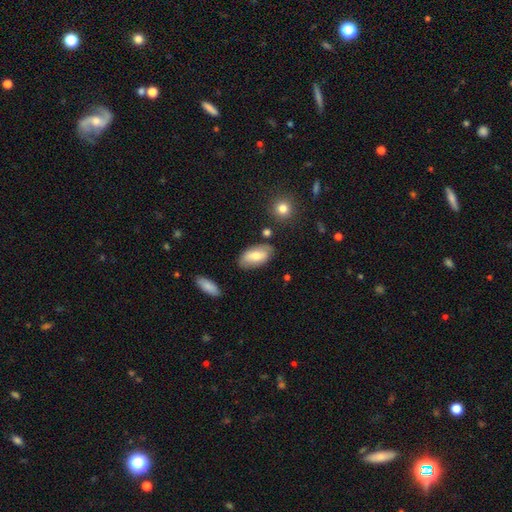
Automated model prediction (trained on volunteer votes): Smooth or featured? Predicted: smooth (p=0.68). How rounded? Predicted: in between (p=0.93). Merging? Predicted: none (p=0.74).